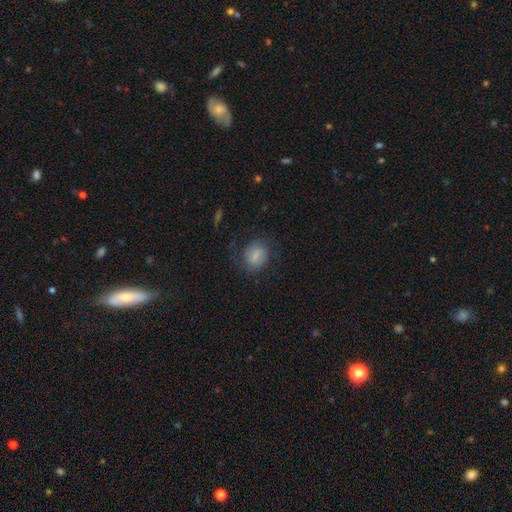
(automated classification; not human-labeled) Q: Smooth or featured?
A: smooth (70%); runner-up: featured or disk (21%)
Q: How rounded?
A: round (58%); runner-up: in between (41%)
Q: Merging?
A: none (69%); runner-up: minor disturbance (18%)